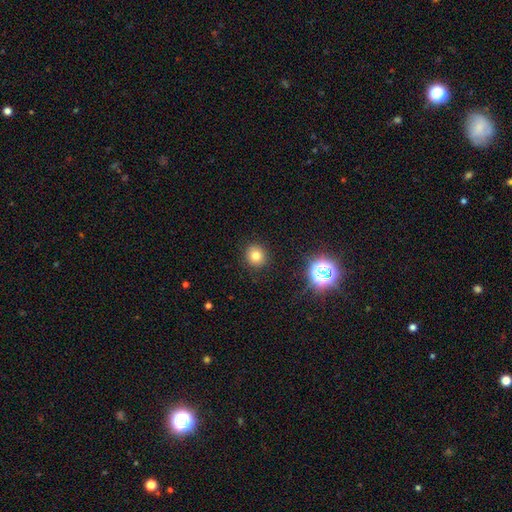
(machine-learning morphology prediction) Smooth or featured? Predicted: smooth (p=0.77). How rounded? Predicted: round (p=0.91). Merging? Predicted: none (p=0.91).